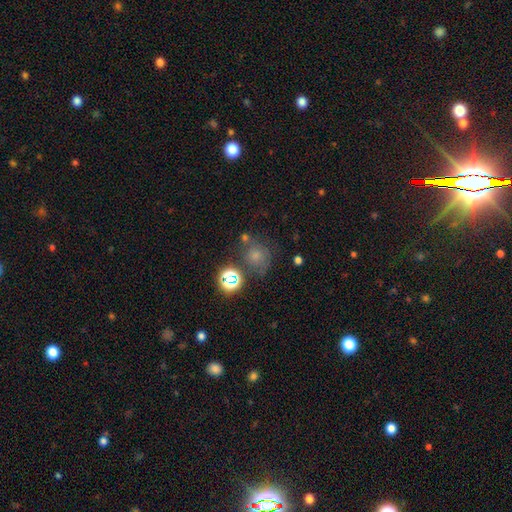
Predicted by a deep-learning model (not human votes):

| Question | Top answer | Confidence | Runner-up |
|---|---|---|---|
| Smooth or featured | smooth | 67% | star or artifact (22%) |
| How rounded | round | 78% | in between (21%) |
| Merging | none | 57% | minor disturbance (20%) |